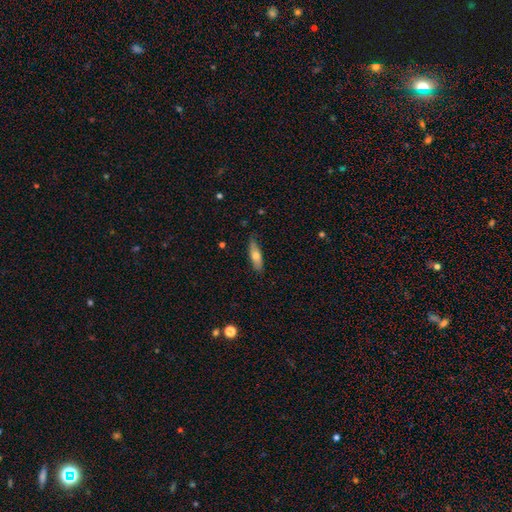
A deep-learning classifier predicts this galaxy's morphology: The model was most divided on "how rounded": cigar-shaped: 50%, in between: 47%, round: 2%. More confident: merging — none (79%); smooth or featured — smooth (67%).